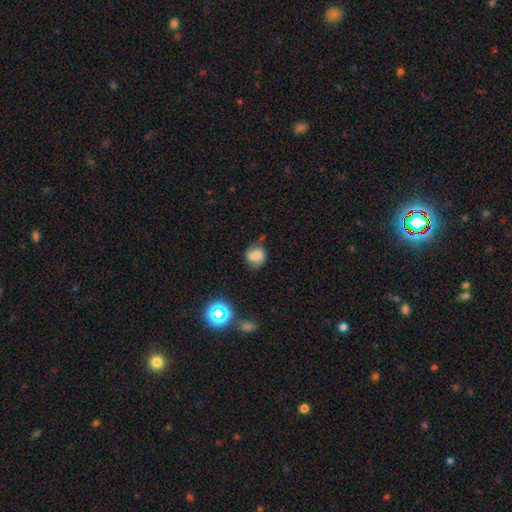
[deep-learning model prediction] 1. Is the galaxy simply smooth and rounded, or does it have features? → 66% smooth, 21% featured or disk, 14% star or artifact.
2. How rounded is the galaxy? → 69% round, 29% in between, 1% cigar-shaped.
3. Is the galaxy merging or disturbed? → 63% none, 25% minor disturbance, 8% major disturbance, 3% merger.